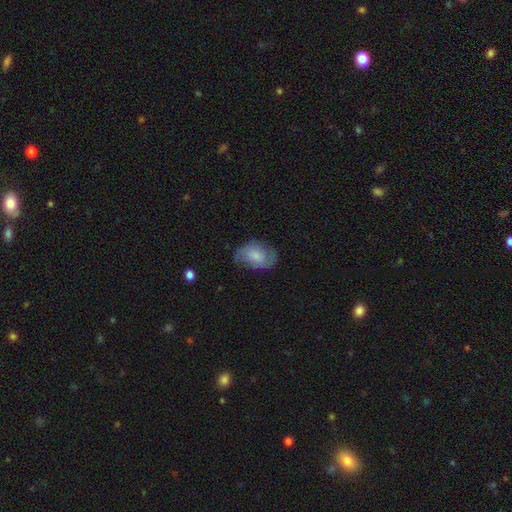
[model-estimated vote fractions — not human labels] A smooth galaxy with no disk features (50%) that is in between round and cigar-shaped (84%).

Vote fractions:
- Smooth or featured? smooth: 50% / featured or disk: 42% / star or artifact: 8%
- How rounded? in between: 84% / round: 15% / cigar-shaped: 1%
- Merging? none: 63% / minor disturbance: 25% / major disturbance: 11% / merger: 1%